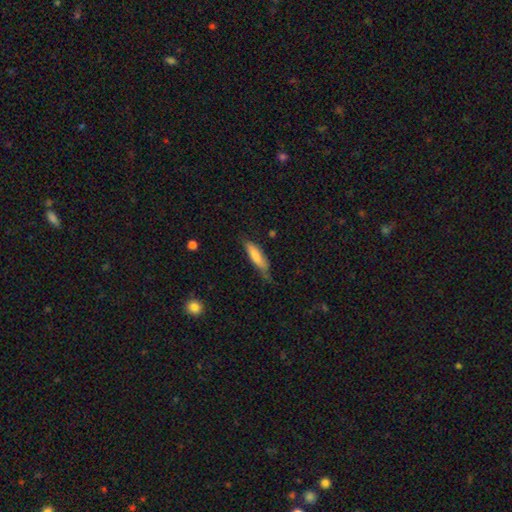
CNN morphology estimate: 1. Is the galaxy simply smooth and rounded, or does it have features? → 74% smooth, 21% featured or disk, 6% star or artifact.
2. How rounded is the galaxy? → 68% cigar-shaped, 30% in between, 2% round.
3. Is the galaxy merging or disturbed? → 53% none, 35% minor disturbance, 9% major disturbance, 3% merger.